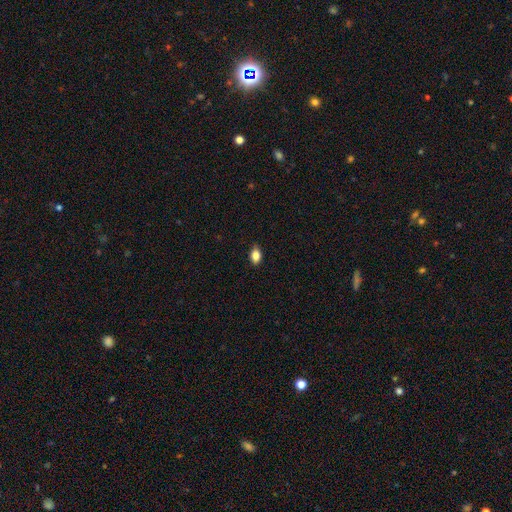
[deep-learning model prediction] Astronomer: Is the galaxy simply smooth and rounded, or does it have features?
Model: smooth — 85%.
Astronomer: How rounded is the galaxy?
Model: in between — 82%.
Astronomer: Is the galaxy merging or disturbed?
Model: none — 84%.